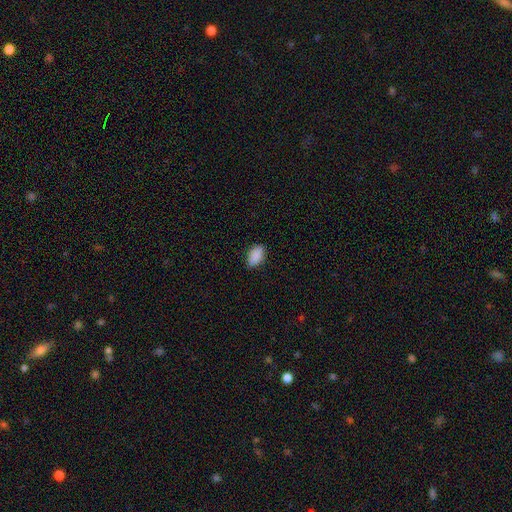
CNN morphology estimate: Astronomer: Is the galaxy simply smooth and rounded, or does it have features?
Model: smooth — 90%.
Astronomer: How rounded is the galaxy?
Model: in between — 93%.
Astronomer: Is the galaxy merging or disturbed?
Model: none — 85%.